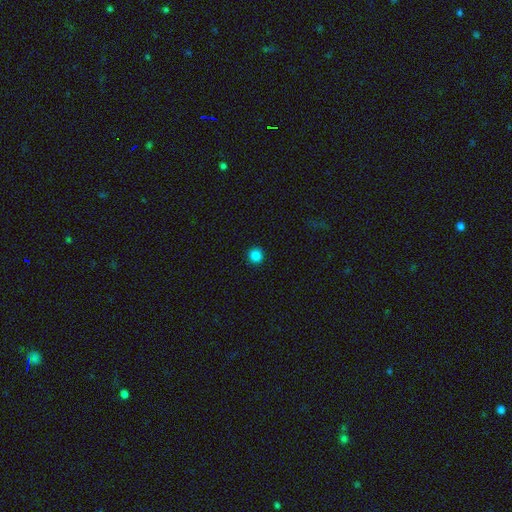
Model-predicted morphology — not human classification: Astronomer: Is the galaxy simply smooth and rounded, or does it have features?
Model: smooth — 85%.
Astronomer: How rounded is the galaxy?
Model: round — 95%.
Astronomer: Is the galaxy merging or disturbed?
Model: none — 93%.